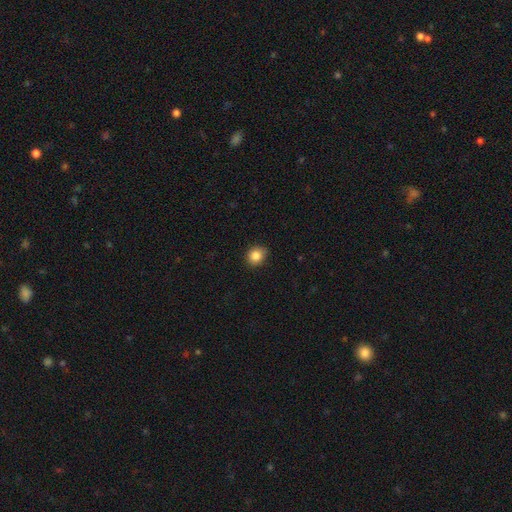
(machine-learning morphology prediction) Smooth or featured? smooth (85%)
How rounded? round (70%)
Merging? none (86%)